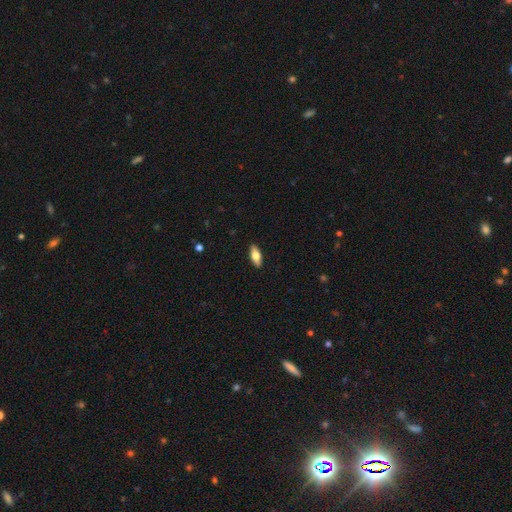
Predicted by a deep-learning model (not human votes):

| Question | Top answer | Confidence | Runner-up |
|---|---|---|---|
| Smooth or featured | smooth | 65% | featured or disk (29%) |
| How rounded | in between | 76% | cigar-shaped (21%) |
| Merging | none | 90% | minor disturbance (7%) |